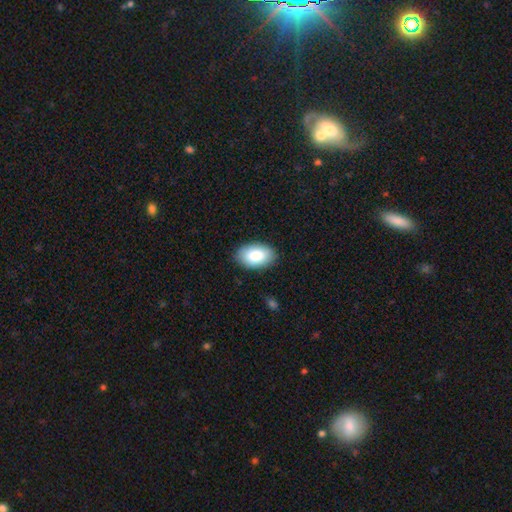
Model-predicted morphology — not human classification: smooth 86%, featured or disk 8%, star or artifact 6%. Down the decision tree: how rounded — in between (94%); merging — none (87%).